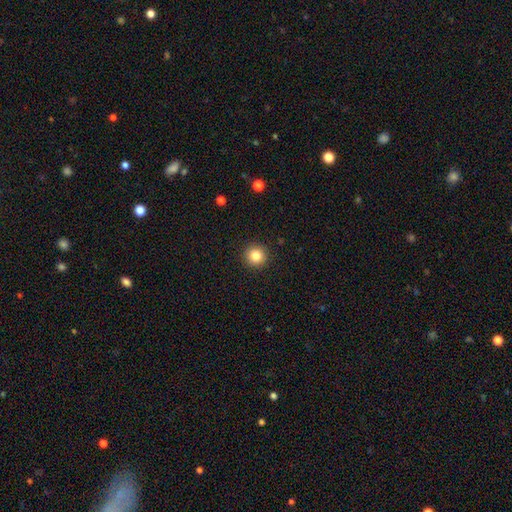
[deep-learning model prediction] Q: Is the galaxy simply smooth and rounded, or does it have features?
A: smooth — 83%.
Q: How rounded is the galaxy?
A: round — 95%.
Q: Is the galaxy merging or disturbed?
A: none — 92%.